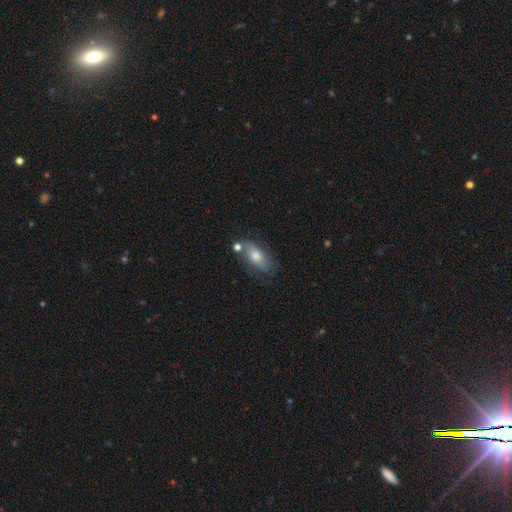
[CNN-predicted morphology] Smooth or featured?
  - smooth: 57% *
  - featured or disk: 33%
  - star or artifact: 10%
How rounded?
  - in between: 79% *
  - cigar-shaped: 14%
  - round: 7%
Merging?
  - none: 62% *
  - minor disturbance: 20%
  - merger: 11%
  - major disturbance: 7%